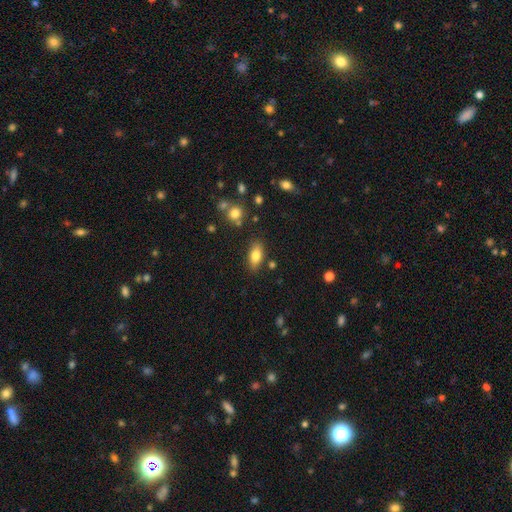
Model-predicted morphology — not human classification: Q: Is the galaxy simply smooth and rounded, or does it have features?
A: smooth — 79%.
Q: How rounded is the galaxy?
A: in between — 86%.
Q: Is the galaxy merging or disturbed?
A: none — 81%.